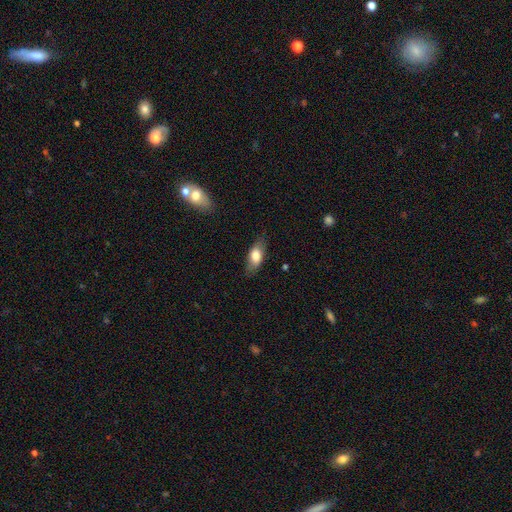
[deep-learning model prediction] smooth_or_featured: smooth (p=0.74) [alt: featured or disk p=0.19]
how_rounded: in between (p=0.82) [alt: cigar-shaped p=0.13]
merging: none (p=0.80) [alt: minor disturbance p=0.15]